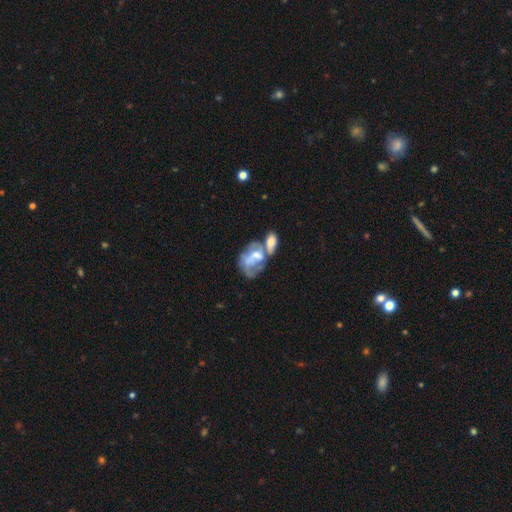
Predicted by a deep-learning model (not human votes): Smooth or featured?
  - featured or disk: 56% *
  - smooth: 35%
  - star or artifact: 9%
Edge-on disk?
  - no: 96% *
  - yes: 4%
Bar?
  - no: 68% *
  - weak: 24%
  - strong: 9%
Spiral arms?
  - no: 66% *
  - yes: 34%
Bulge size?
  - moderate: 37% *
  - small: 29%
  - none: 22%
  - large: 10%
  - dominant: 2%
Merging?
  - merger: 57% *
  - major disturbance: 16%
  - none: 16%
  - minor disturbance: 12%